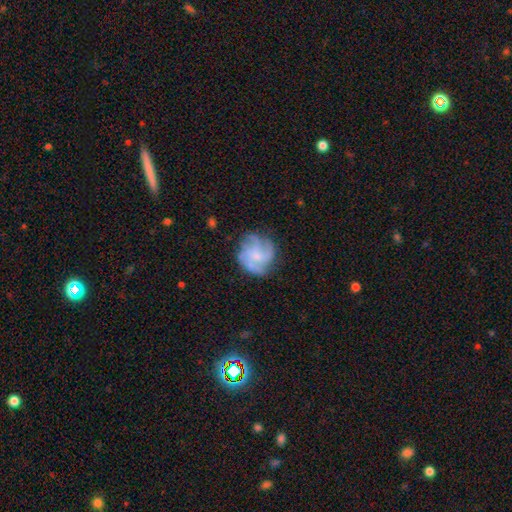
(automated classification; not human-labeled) Smooth or featured? Predicted: featured or disk (p=0.70). Edge-on disk? Predicted: no (p=0.98). Bar? Predicted: no (p=0.73). Spiral arms? Predicted: yes (p=0.90). Spiral winding? Predicted: medium (p=0.45). Spiral arm count? Predicted: 4 (p=0.36). Bulge size? Predicted: small (p=0.56). Merging? Predicted: none (p=0.70).